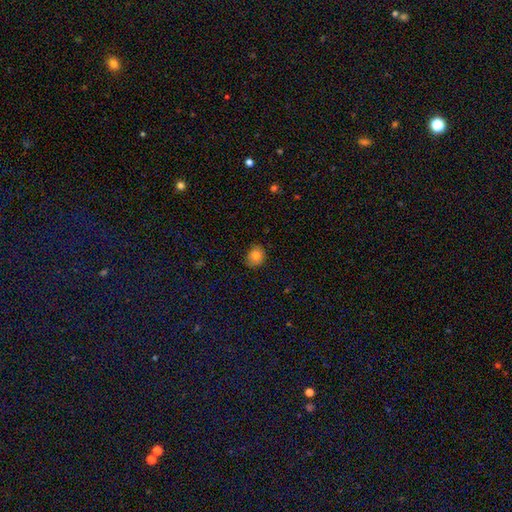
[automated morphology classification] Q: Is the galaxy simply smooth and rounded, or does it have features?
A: smooth — 82%.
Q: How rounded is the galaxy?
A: round — 60%.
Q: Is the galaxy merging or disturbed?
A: none — 81%.